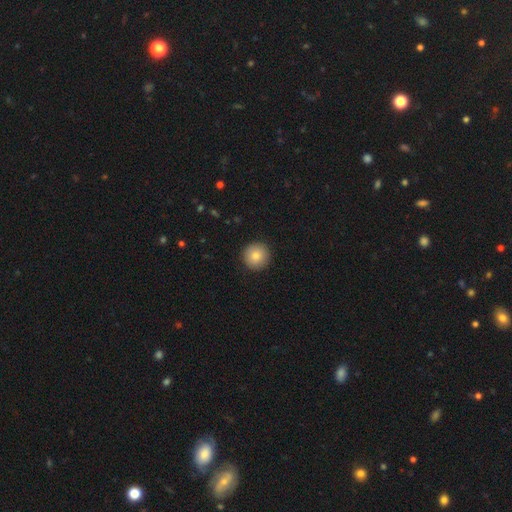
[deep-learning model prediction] Smooth or featured?
  - smooth: 84% *
  - star or artifact: 8%
  - featured or disk: 8%
How rounded?
  - round: 95% *
  - in between: 4%
  - cigar-shaped: 1%
Merging?
  - none: 92% *
  - minor disturbance: 5%
  - major disturbance: 2%
  - merger: 1%